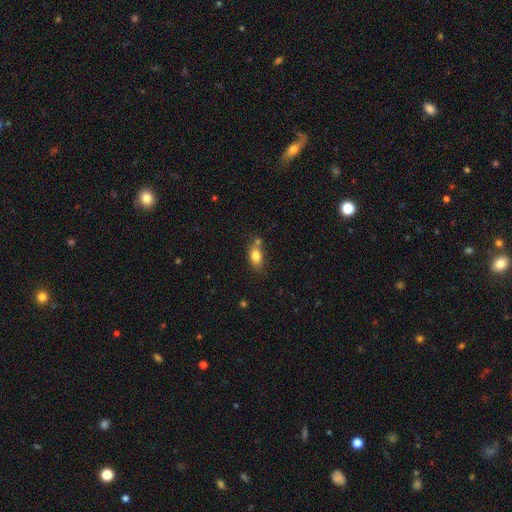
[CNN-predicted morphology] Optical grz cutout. It shows a smooth galaxy with no disk features (81%) that is in between round and cigar-shaped (79%). Merging: none (57%).